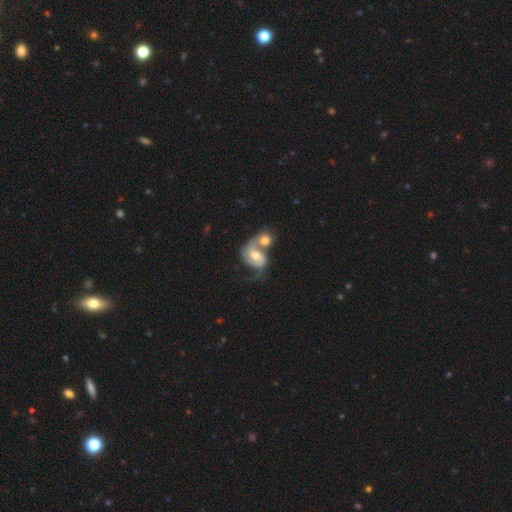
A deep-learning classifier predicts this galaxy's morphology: type=featured or disk (73%); edge-on=no (97%); bar=no (43%); spiral arms=yes (90%); winding=medium (43%); arm count=2 (77%); bulge=moderate (66%); merging=merger (67%).